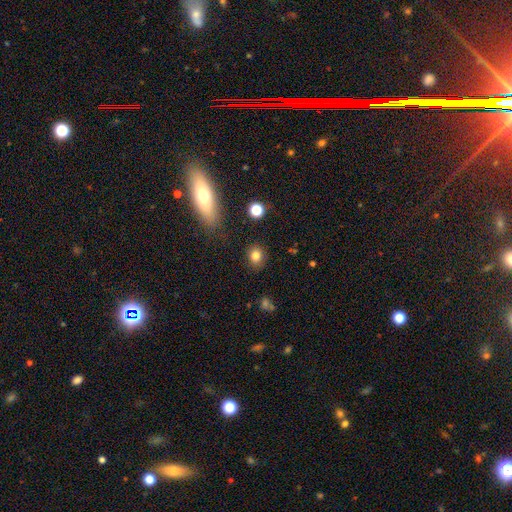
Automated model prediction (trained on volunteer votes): The model was most divided on "how rounded": round: 67%, in between: 32%, cigar-shaped: 1%. More confident: merging — none (86%); smooth or featured — smooth (82%).